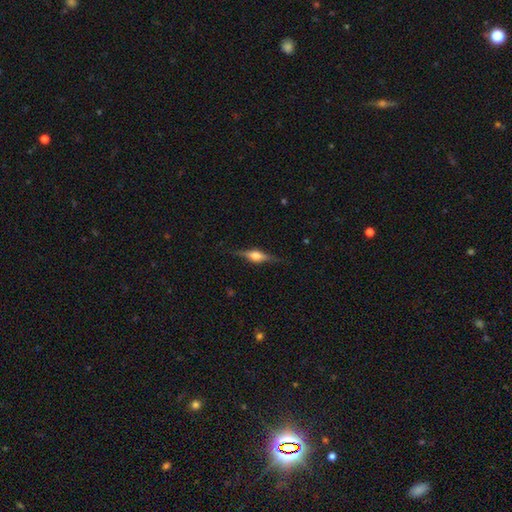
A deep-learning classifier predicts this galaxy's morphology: A featured or disk galaxy (72%) viewed edge-on (97%) with a rounded central bulge (89%).

Vote fractions:
- Smooth or featured? featured or disk: 72% / smooth: 20% / star or artifact: 7%
- Edge-on disk? yes: 97% / no: 3%
- Edge-on bulge? rounded: 89% / boxy: 9% / none: 2%
- Merging? none: 85% / minor disturbance: 11% / major disturbance: 3% / merger: 1%